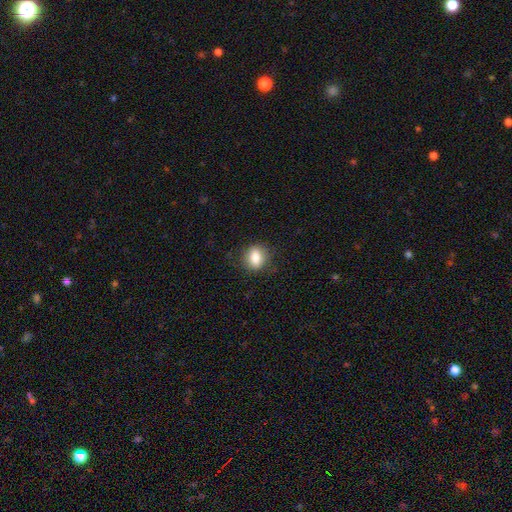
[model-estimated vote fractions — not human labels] This is clearly a smooth galaxy (83%). How rounded: possibly in between (54%). Merging: clearly none (83%).